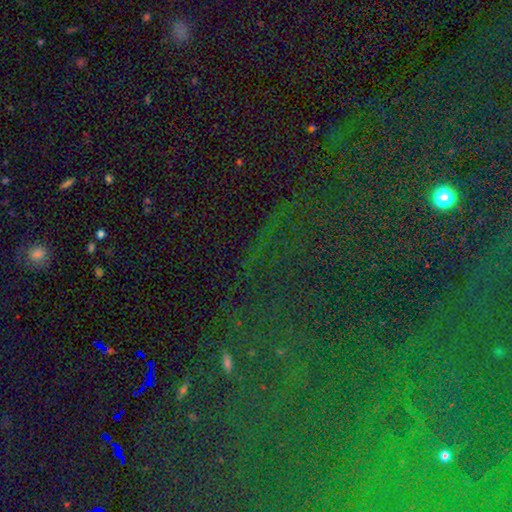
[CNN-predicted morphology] smooth-or-featured: star or artifact: 82% | smooth: 9% | featured or disk: 8%